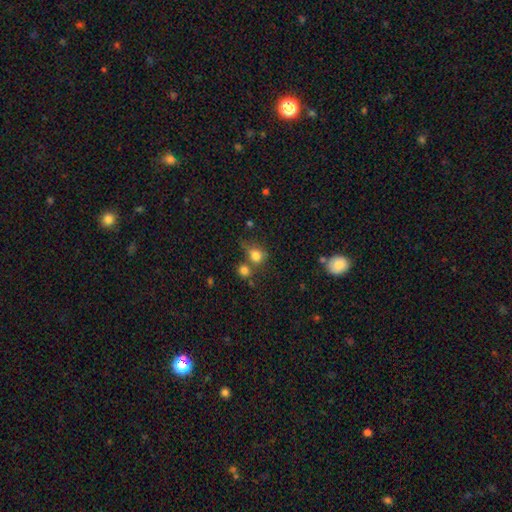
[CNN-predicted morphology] Overall: smooth (78%). How rounded: round (68%; in between 30%). Merging: none (48%; merger 28%).